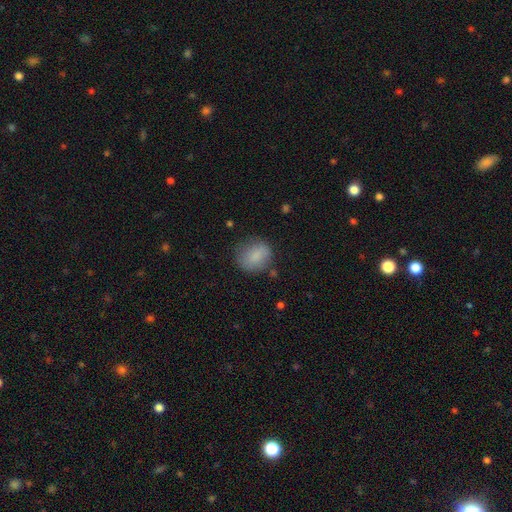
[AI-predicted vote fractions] Smooth or featured? Predicted: smooth (p=0.82). How rounded? Predicted: round (p=0.68). Merging? Predicted: none (p=0.71).